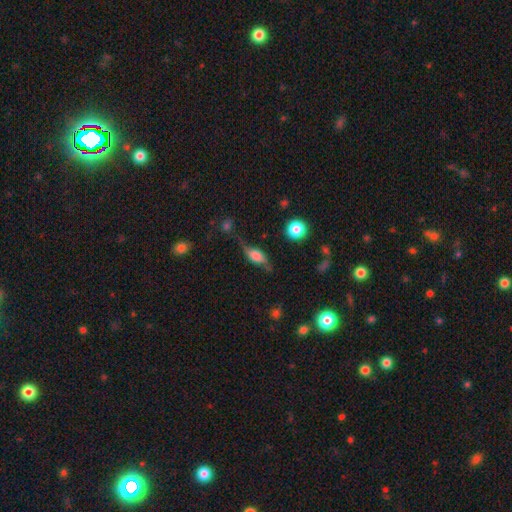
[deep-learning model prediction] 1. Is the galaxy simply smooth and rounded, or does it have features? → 50% featured or disk, 41% smooth, 10% star or artifact.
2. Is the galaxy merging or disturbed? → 52% none, 28% minor disturbance, 16% major disturbance, 4% merger.